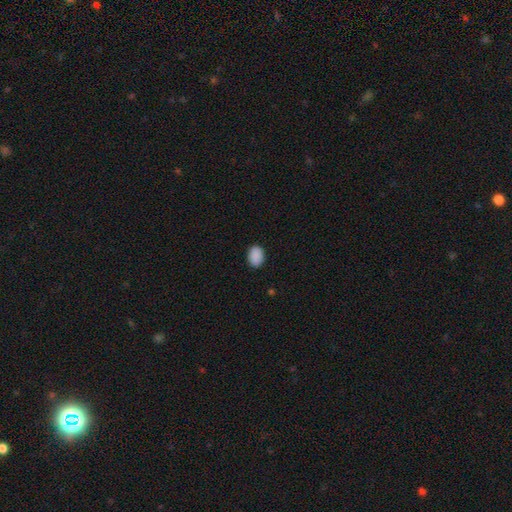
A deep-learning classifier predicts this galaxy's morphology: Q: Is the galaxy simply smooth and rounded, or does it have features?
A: smooth — 90%.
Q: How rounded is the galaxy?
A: in between — 76%.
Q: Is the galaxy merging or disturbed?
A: none — 86%.